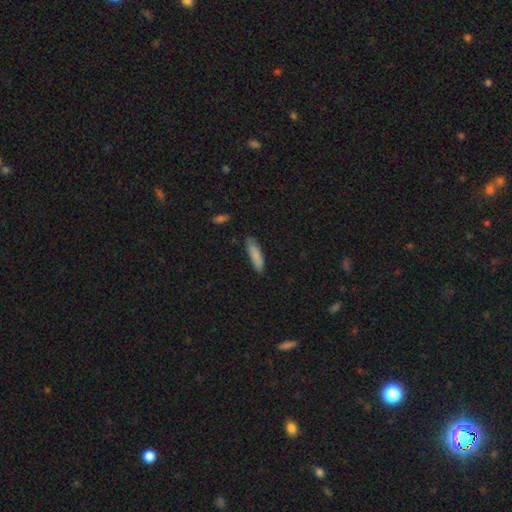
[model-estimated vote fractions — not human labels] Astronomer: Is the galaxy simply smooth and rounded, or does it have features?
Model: smooth — 83%.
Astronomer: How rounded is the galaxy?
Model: cigar-shaped — 69%.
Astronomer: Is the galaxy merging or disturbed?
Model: none — 77%.